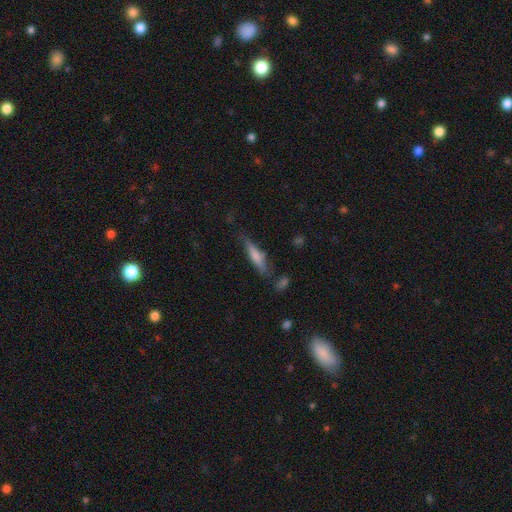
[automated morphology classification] Smooth or featured?
  - featured or disk: 47% *
  - smooth: 41%
  - star or artifact: 12%
Merging?
  - none: 71% *
  - minor disturbance: 19%
  - major disturbance: 5%
  - merger: 4%